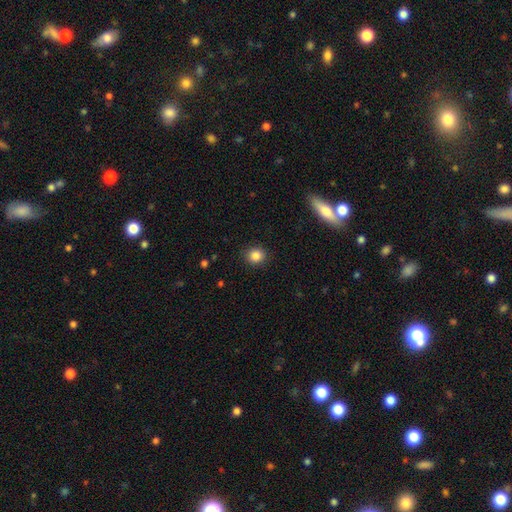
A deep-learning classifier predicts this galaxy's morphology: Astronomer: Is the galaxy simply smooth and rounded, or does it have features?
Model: smooth — 85%.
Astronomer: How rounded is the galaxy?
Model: round — 85%.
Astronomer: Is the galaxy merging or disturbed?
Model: none — 90%.